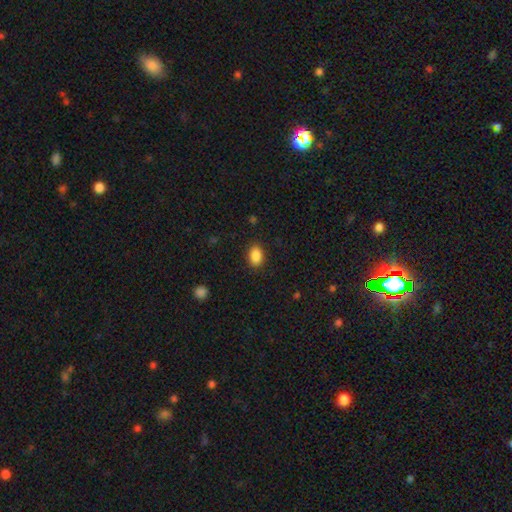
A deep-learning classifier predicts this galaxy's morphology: The model was most divided on "how rounded": in between: 85%, round: 13%, cigar-shaped: 1%. More confident: smooth or featured — smooth (88%); merging — none (87%).